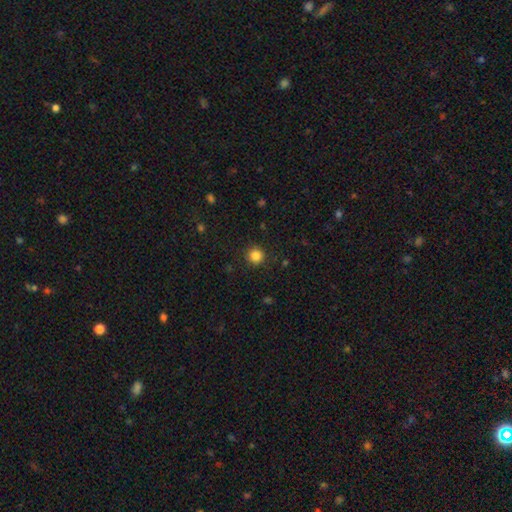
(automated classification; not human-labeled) This is clearly a smooth galaxy (84%). How rounded: clearly round (95%). Merging: clearly none (91%).